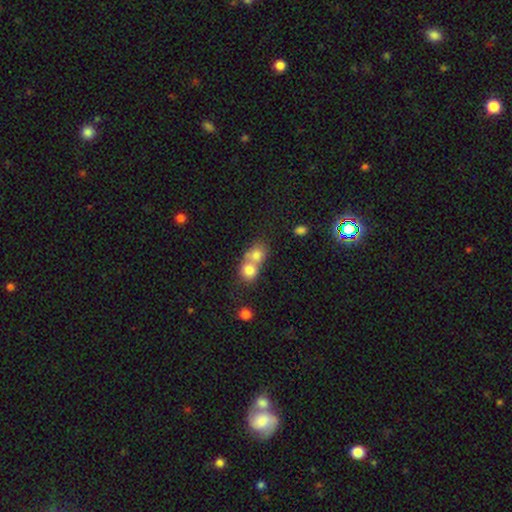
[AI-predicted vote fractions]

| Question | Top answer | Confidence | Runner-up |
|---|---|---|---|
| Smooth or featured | smooth | 67% | star or artifact (17%) |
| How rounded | round | 76% | in between (23%) |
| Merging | merger | 64% | none (29%) |